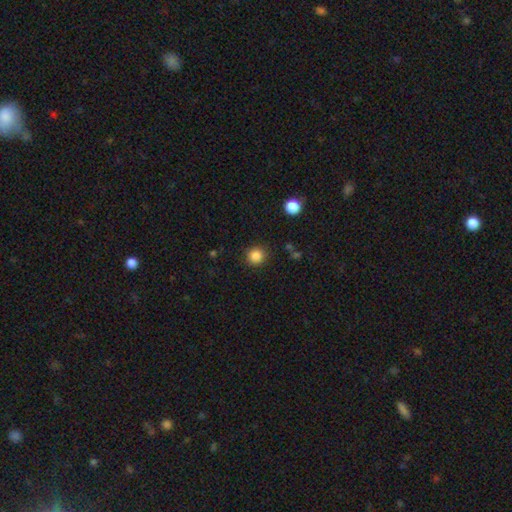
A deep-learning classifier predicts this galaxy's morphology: This appears to be a smooth galaxy with no disk features (85%) that is round (93%). Merging: none (88%).